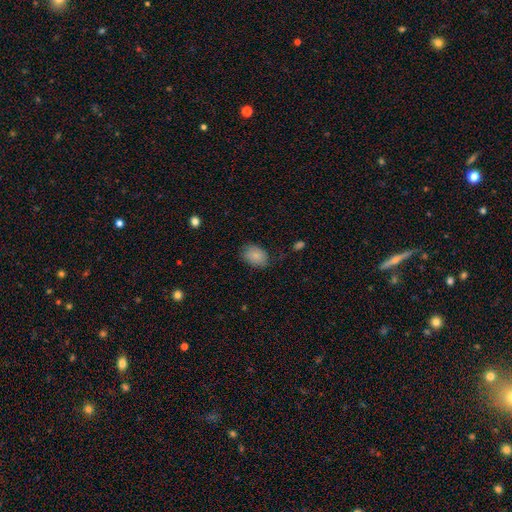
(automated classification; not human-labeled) This is clearly a smooth galaxy (83%). How rounded: likely in between (78%). Merging: likely none (68%).